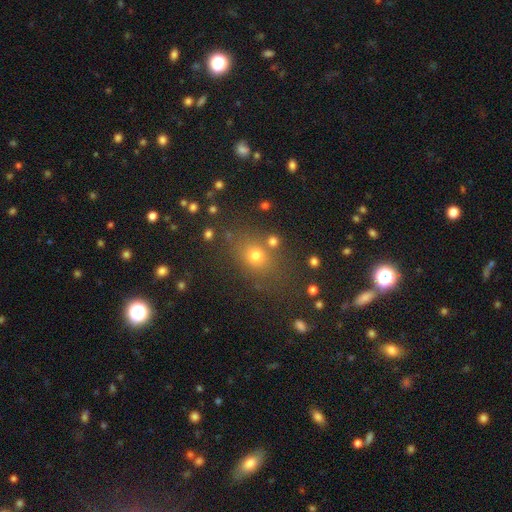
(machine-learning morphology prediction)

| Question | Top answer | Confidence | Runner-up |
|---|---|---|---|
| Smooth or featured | smooth | 70% | star or artifact (19%) |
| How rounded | round | 55% | in between (43%) |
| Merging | none | 74% | minor disturbance (13%) |